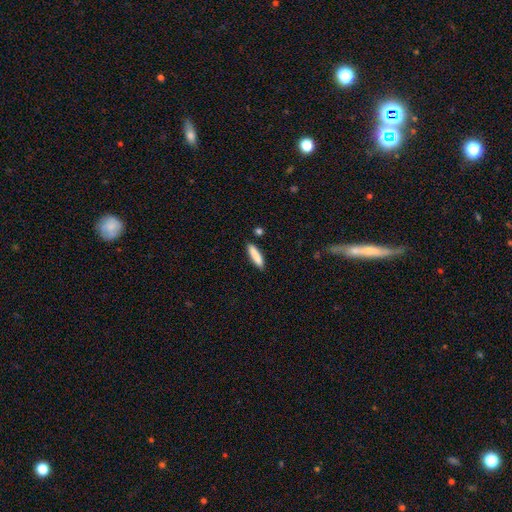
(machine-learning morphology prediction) smooth_or_featured: smooth (p=0.86) [alt: featured or disk p=0.08]
how_rounded: cigar-shaped (p=0.80) [alt: in between p=0.19]
merging: none (p=0.87) [alt: minor disturbance p=0.09]